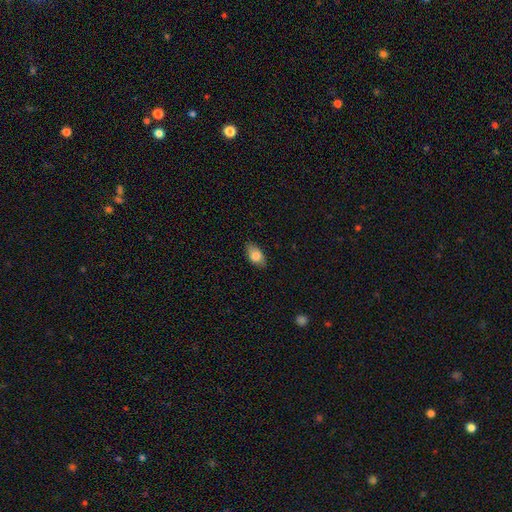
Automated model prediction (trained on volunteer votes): Overall: smooth (80%). How rounded: in between (90%). Merging: none (84%).